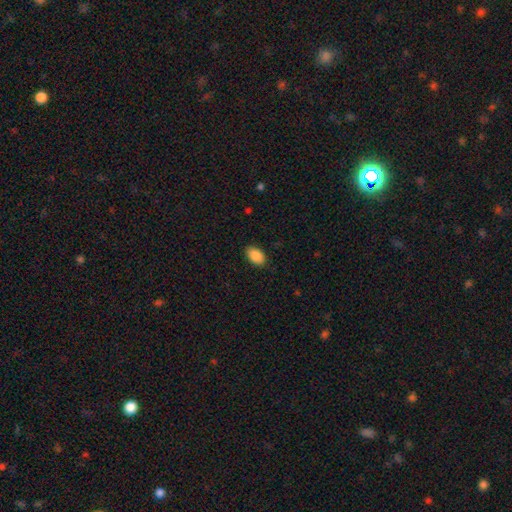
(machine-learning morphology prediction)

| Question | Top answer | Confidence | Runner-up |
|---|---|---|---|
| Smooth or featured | smooth | 89% | star or artifact (7%) |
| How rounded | in between | 91% | round (7%) |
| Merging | none | 88% | minor disturbance (9%) |